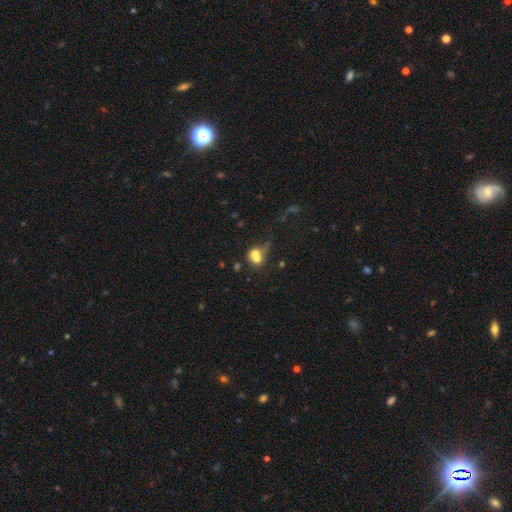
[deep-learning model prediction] A smooth galaxy with no disk features (65%) that is round (62%). Merging: merger (62%).